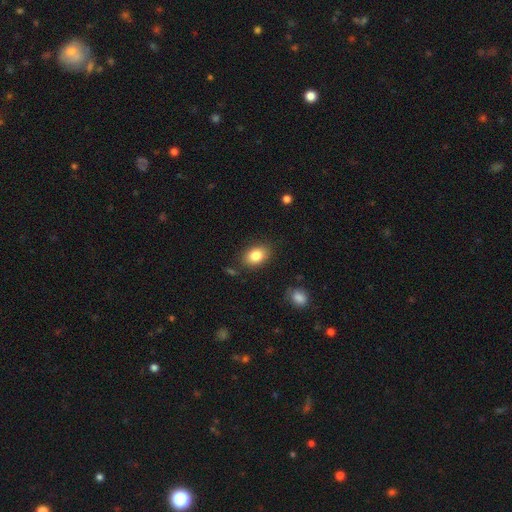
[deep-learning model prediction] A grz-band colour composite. It shows a smooth galaxy with no disk features (84%) that is in between round and cigar-shaped (81%). Merging: none (83%).